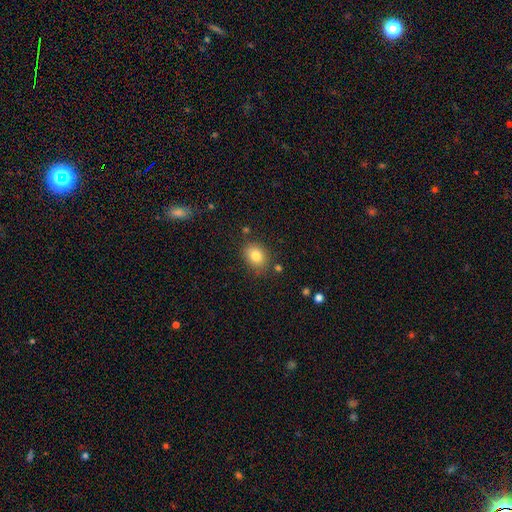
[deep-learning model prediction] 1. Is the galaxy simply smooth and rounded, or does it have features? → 82% smooth, 10% star or artifact, 8% featured or disk.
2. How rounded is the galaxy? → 55% in between, 44% round, 1% cigar-shaped.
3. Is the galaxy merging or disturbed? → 80% none, 13% minor disturbance, 4% merger, 3% major disturbance.